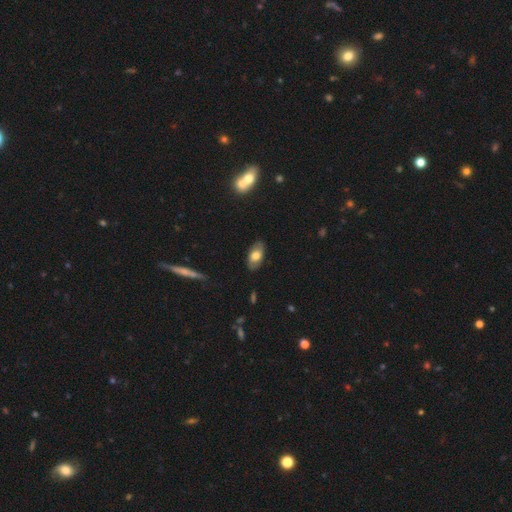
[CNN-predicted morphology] smooth 63%, featured or disk 30%, star or artifact 7%. Down the decision tree: how rounded — in between (92%); merging — none (83%).